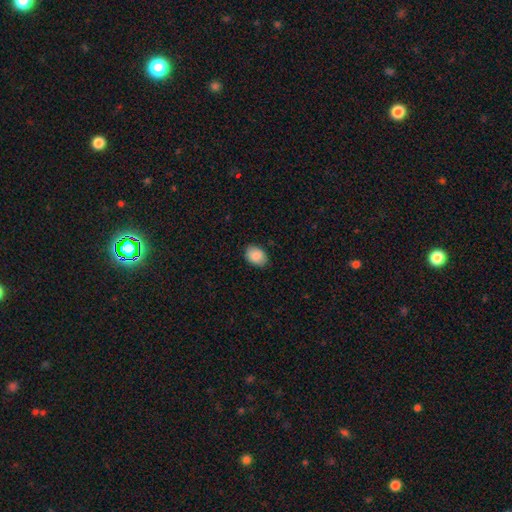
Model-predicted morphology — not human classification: Overall: smooth (88%). How rounded: in between (79%). Merging: none (84%).